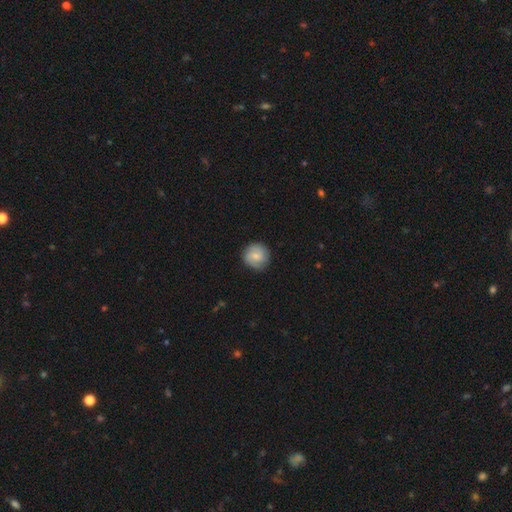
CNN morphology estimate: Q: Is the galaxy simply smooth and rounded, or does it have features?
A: smooth — 65%.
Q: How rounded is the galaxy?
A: round — 93%.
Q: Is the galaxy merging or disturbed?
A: none — 83%.